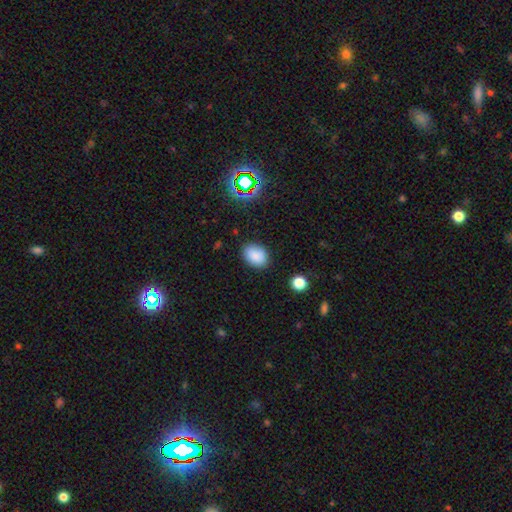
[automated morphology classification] Smooth or featured? smooth (85%)
How rounded? in between (75%)
Merging? none (84%)